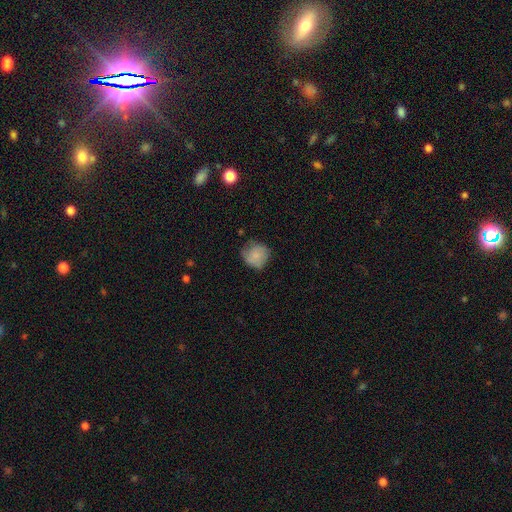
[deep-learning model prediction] Q: Smooth or featured?
A: smooth (77%); runner-up: featured or disk (15%)
Q: How rounded?
A: round (84%); runner-up: in between (15%)
Q: Merging?
A: none (61%); runner-up: minor disturbance (29%)